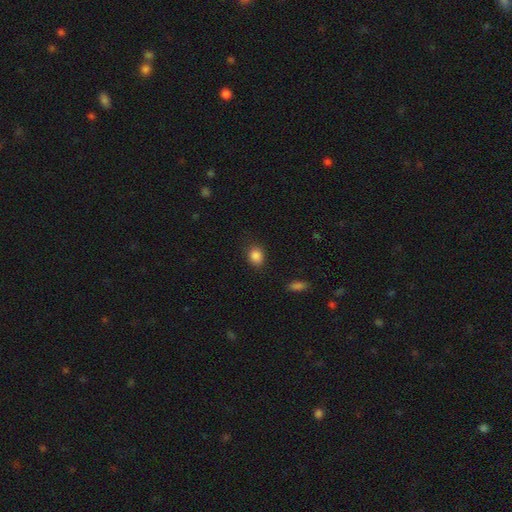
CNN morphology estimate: type=smooth (86%); roundness=round (64%); merging=none (85%).